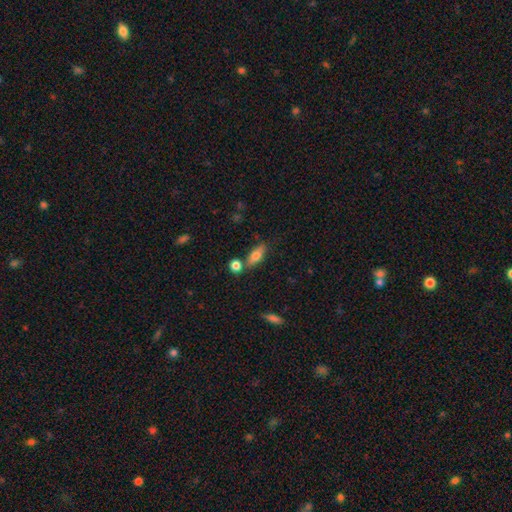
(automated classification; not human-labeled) smooth_or_featured: smooth (p=0.71) [alt: featured or disk p=0.21]
how_rounded: in between (p=0.66) [alt: cigar-shaped p=0.29]
merging: none (p=0.69) [alt: merger p=0.15]